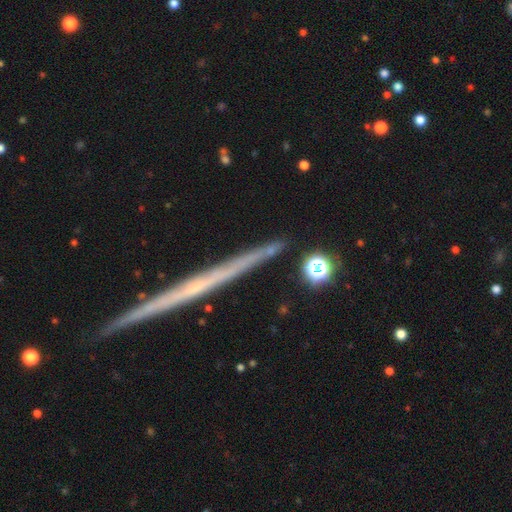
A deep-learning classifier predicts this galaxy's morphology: featured or disk 65%, smooth 26%, star or artifact 9%. Down the decision tree: edge-on disk — yes (96%); edge-on bulge — none (81%); merging — none (89%).